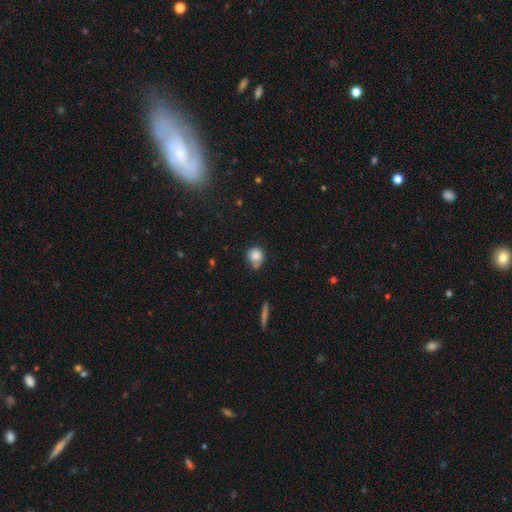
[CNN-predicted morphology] type=smooth (82%); roundness=round (77%); merging=none (48%).